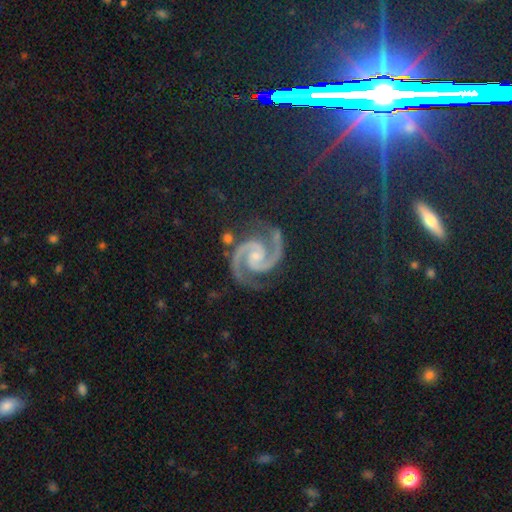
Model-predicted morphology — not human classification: Smooth or featured: featured or disk — 91% (star or artifact — 6%)
Edge-on disk: no — 99% (yes — 1%)
Bar: no — 65% (weak — 27%)
Spiral arms: yes — 99% (no — 1%)
Spiral winding: medium — 57% (tight — 35%)
Spiral arm count: 2 — 95% (3 — 1%)
Bulge size: small — 59% (moderate — 28%)
Merging: none — 80% (minor disturbance — 14%)